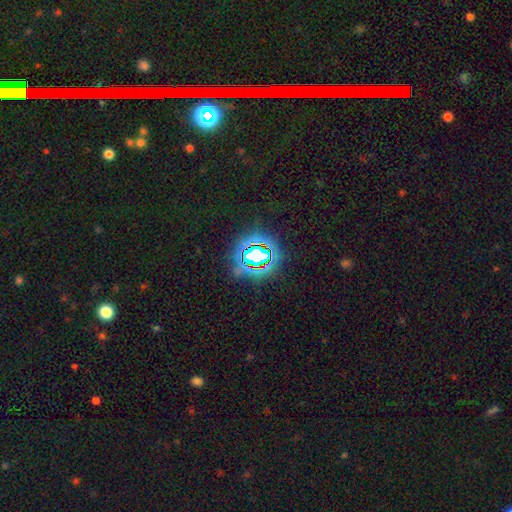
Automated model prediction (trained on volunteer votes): Smooth or featured? star or artifact (69%)